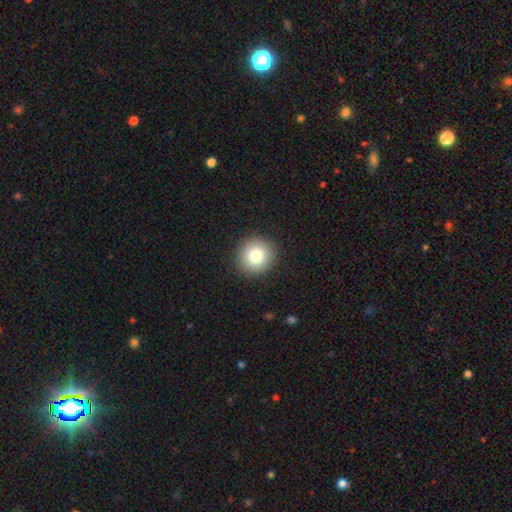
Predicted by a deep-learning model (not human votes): This is clearly a smooth galaxy (82%). How rounded: clearly round (93%). Merging: clearly none (92%).